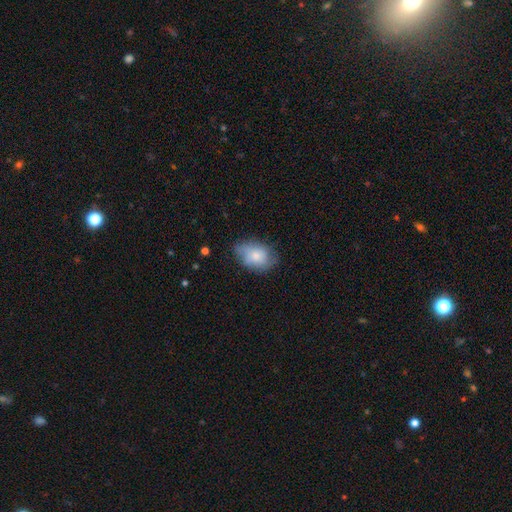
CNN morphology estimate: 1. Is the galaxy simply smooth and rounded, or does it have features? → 73% smooth, 20% featured or disk, 7% star or artifact.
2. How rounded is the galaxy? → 83% in between, 15% round, 1% cigar-shaped.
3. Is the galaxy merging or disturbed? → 57% none, 31% minor disturbance, 9% major disturbance, 2% merger.